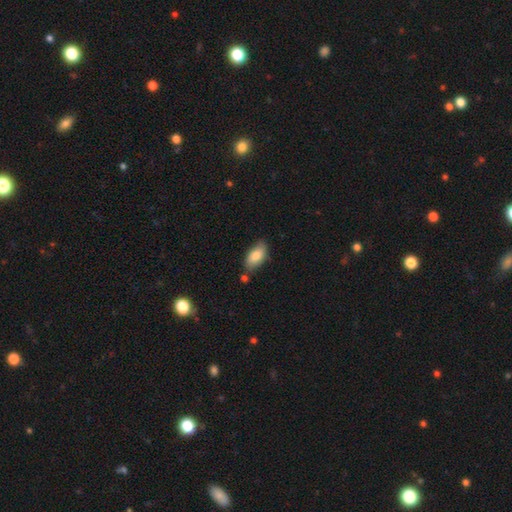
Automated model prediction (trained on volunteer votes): Smooth or featured? smooth (83%)
How rounded? in between (92%)
Merging? none (73%)